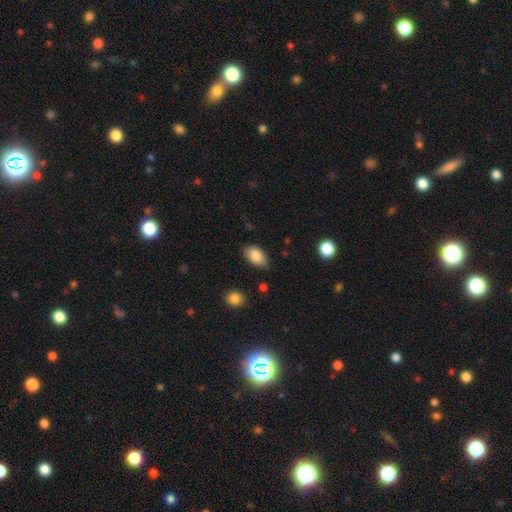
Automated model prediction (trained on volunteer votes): Overall: smooth (87%). How rounded: in between (92%). Merging: none (76%).